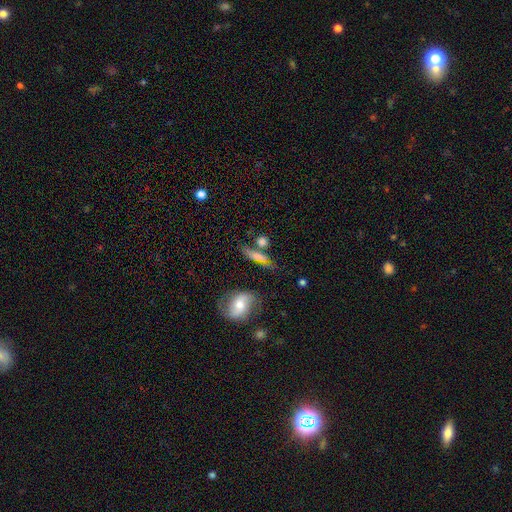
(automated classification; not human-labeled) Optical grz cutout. It shows a smooth galaxy with no disk features (60%) that is cigar-shaped (62%). Merging: none (60%).